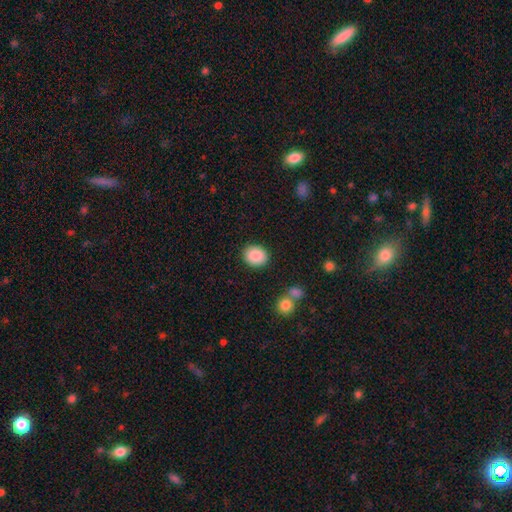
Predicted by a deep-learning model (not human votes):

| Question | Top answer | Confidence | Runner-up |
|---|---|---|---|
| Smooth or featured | smooth | 89% | star or artifact (7%) |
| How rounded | round | 63% | in between (36%) |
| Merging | none | 89% | minor disturbance (7%) |